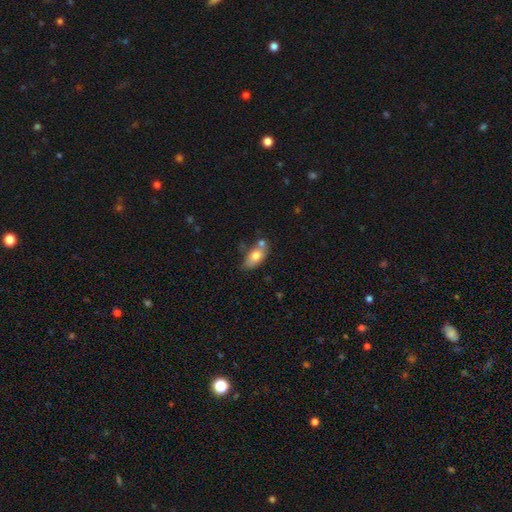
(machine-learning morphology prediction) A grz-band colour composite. It shows a smooth galaxy with no disk features (73%) that is in between round and cigar-shaped (88%). Merging: none (48%).